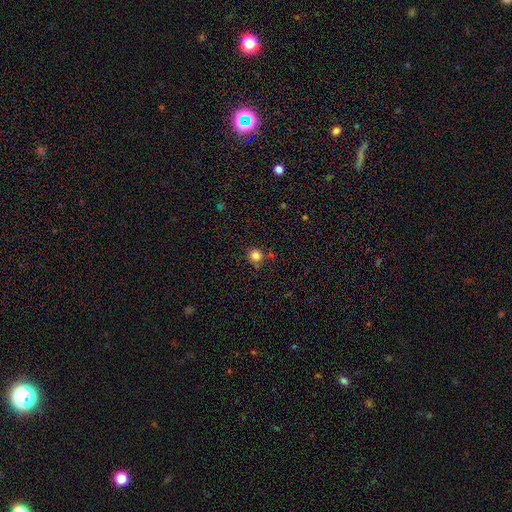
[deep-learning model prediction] Q: Smooth or featured?
A: smooth (83%); runner-up: star or artifact (13%)
Q: How rounded?
A: round (91%); runner-up: in between (8%)
Q: Merging?
A: none (80%); runner-up: minor disturbance (11%)